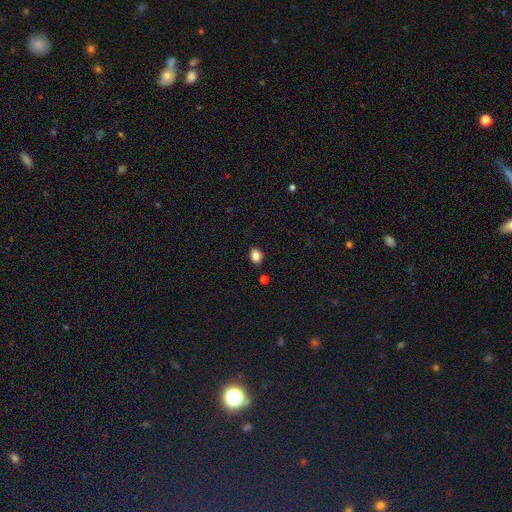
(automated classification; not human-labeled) Morphology: type=smooth (85%); roundness=in between (63%); merging=none (85%).